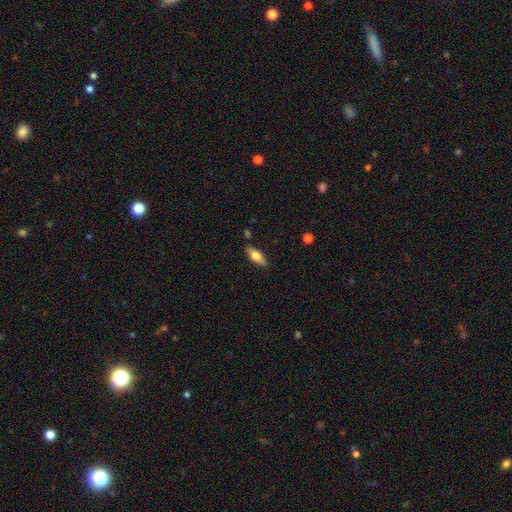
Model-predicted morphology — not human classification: Smooth or featured?
  - smooth: 66% *
  - featured or disk: 28%
  - star or artifact: 6%
How rounded?
  - in between: 71% *
  - cigar-shaped: 26%
  - round: 3%
Merging?
  - none: 84% *
  - minor disturbance: 11%
  - merger: 2%
  - major disturbance: 2%